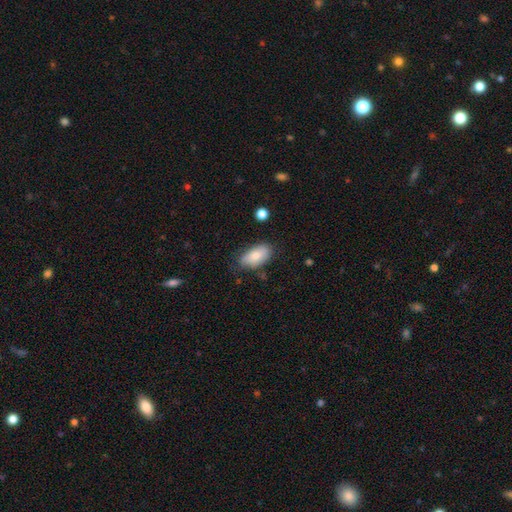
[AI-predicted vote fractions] Overall: smooth (77%). How rounded: in between (93%). Merging: none (71%).